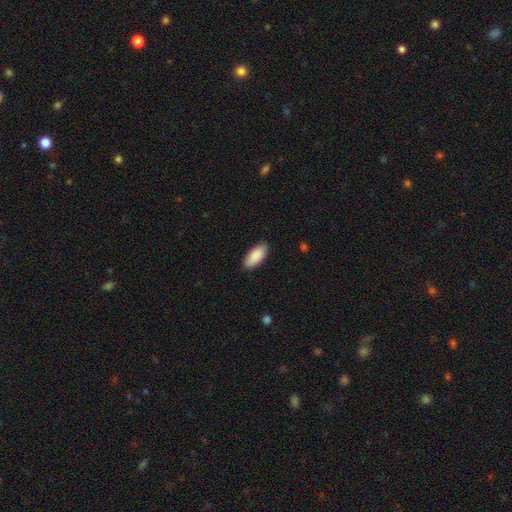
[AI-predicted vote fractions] smooth-or-featured: smooth: 90% | star or artifact: 6% | featured or disk: 4%
  how-rounded: in between: 89% | cigar-shaped: 9% | round: 2%
  merging: none: 87% | minor disturbance: 10% | major disturbance: 2% | merger: 1%